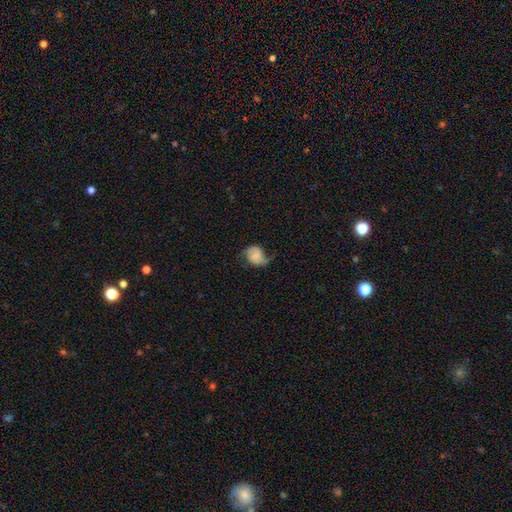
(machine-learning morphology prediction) The model was most divided on "smooth or featured": featured or disk: 48%, smooth: 43%, star or artifact: 9%. Remaining: merging — none (44%).